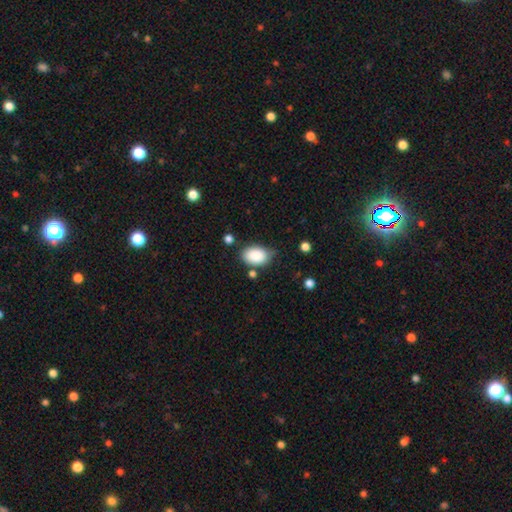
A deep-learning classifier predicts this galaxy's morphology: Smooth or featured?
  - smooth: 88% *
  - star or artifact: 7%
  - featured or disk: 5%
How rounded?
  - in between: 89% *
  - round: 10%
  - cigar-shaped: 1%
Merging?
  - none: 69% *
  - minor disturbance: 21%
  - major disturbance: 5%
  - merger: 5%